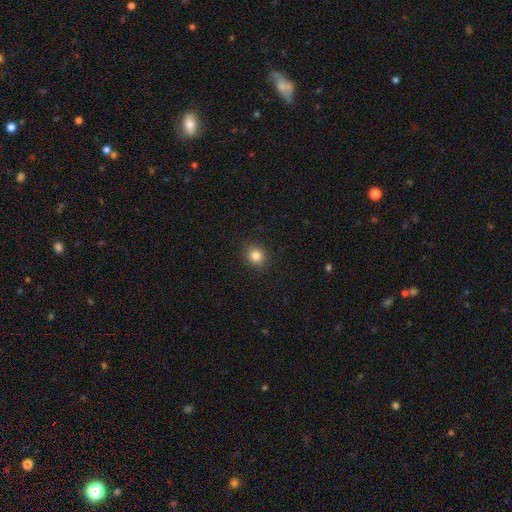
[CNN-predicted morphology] This appears to be a smooth galaxy with no disk features (83%) that is round (86%). Merging: none (90%).